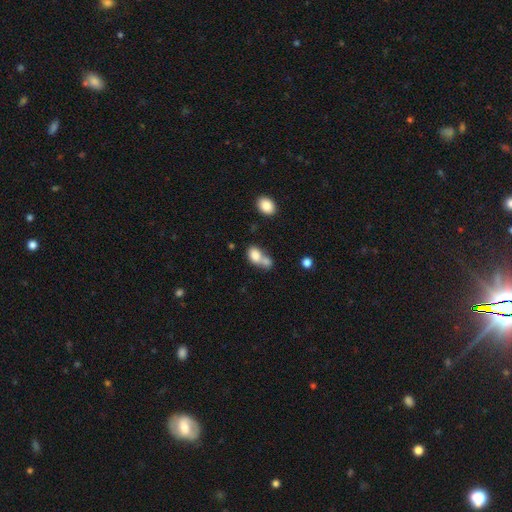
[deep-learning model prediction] Smooth or featured?
  - smooth: 79% *
  - featured or disk: 12%
  - star or artifact: 9%
How rounded?
  - in between: 70% *
  - round: 28%
  - cigar-shaped: 2%
Merging?
  - merger: 62% *
  - none: 24%
  - minor disturbance: 9%
  - major disturbance: 5%